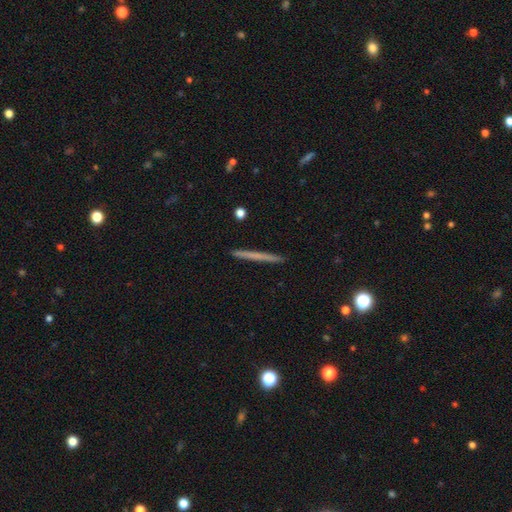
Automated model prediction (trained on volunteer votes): smooth 54%, featured or disk 40%, star or artifact 6%. Down the decision tree: how rounded — cigar-shaped (97%); merging — none (92%).